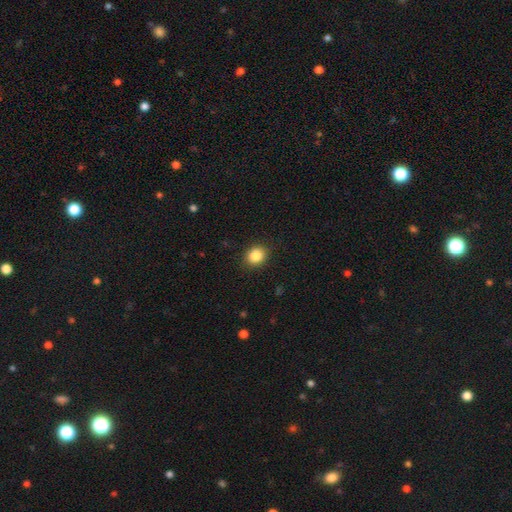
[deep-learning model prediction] Smooth or featured? Predicted: smooth (p=0.85). How rounded? Predicted: round (p=0.61). Merging? Predicted: none (p=0.89).